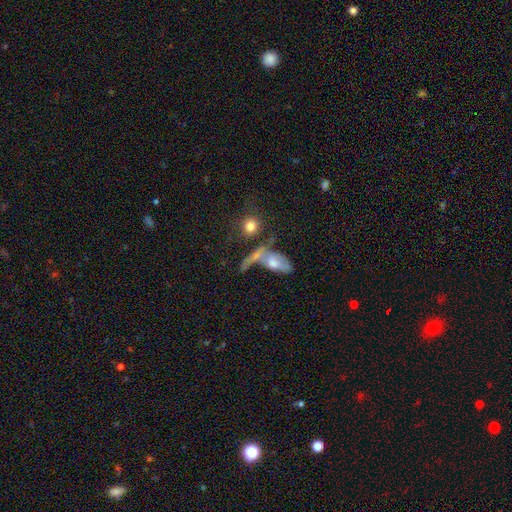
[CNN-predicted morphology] Smooth or featured? Predicted: smooth (p=0.46). Merging? Predicted: merger (p=0.36).